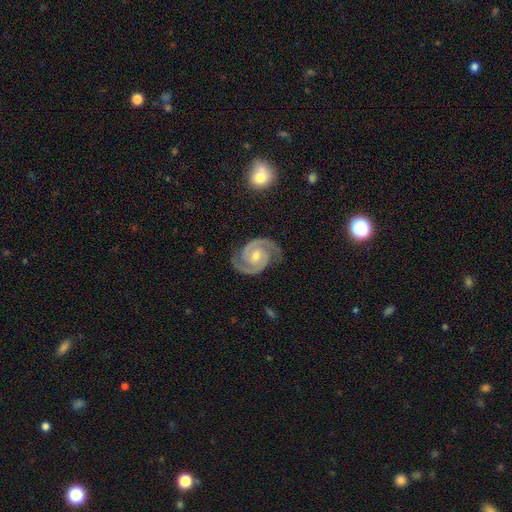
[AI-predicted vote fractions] Smooth or featured? featured or disk (93%)
Edge-on disk? no (98%)
Bar? no (56%)
Spiral arms? yes (99%)
Spiral winding? tight (55%)
Spiral arm count? 2 (94%)
Bulge size? moderate (57%)
Merging? none (84%)